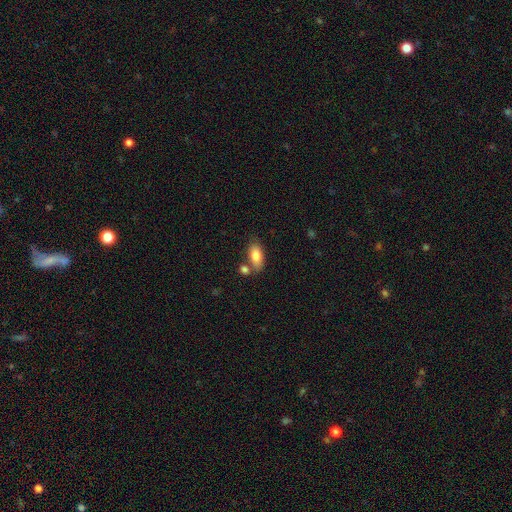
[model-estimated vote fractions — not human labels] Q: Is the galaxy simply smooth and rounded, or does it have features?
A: smooth — 81%.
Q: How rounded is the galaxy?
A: in between — 89%.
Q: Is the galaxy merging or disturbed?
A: none — 64%.